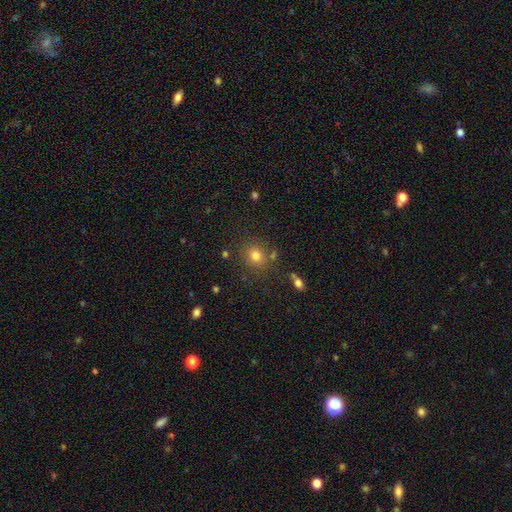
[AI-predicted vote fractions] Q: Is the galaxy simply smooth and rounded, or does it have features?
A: smooth — 77%.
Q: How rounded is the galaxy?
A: round — 78%.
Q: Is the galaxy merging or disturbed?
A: none — 78%.